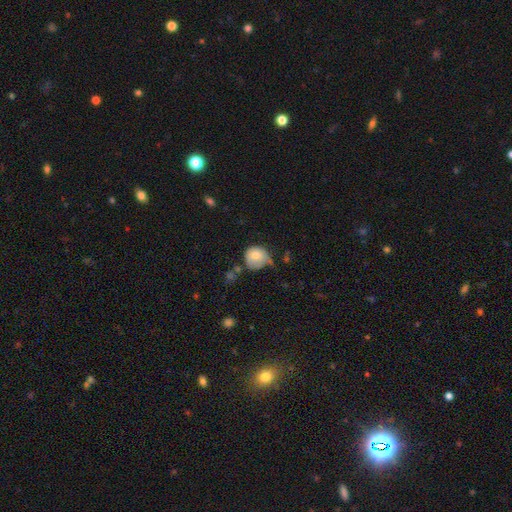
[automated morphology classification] This is likely a smooth galaxy (76%). How rounded: clearly round (81%). Merging: marginally none (37%).